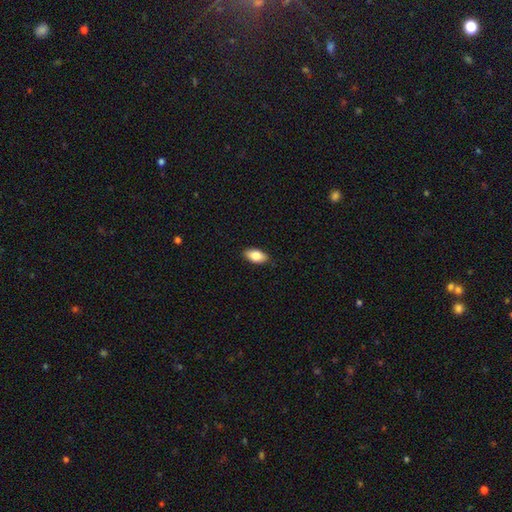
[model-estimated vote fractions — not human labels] A smooth galaxy with no disk features (83%) that is in between round and cigar-shaped (92%). Merging: none (88%).